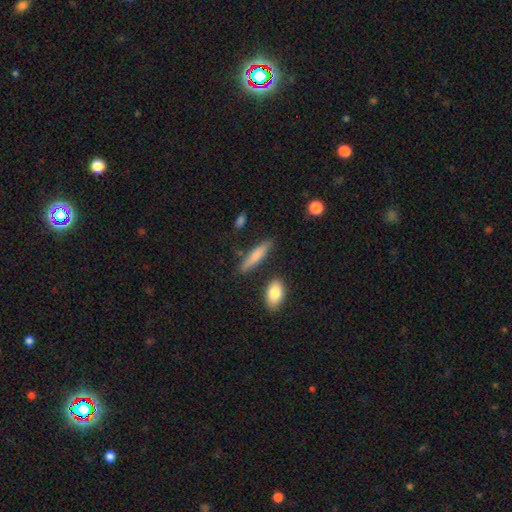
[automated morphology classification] smooth 78%, featured or disk 16%, star or artifact 6%. Down the decision tree: how rounded — cigar-shaped (77%); merging — none (83%).